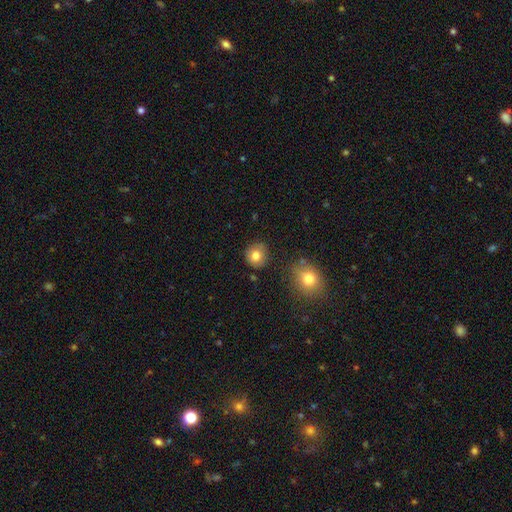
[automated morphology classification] smooth_or_featured: smooth (p=0.81) [alt: star or artifact p=0.10]
how_rounded: round (p=0.89) [alt: in between p=0.10]
merging: none (p=0.84) [alt: minor disturbance p=0.11]